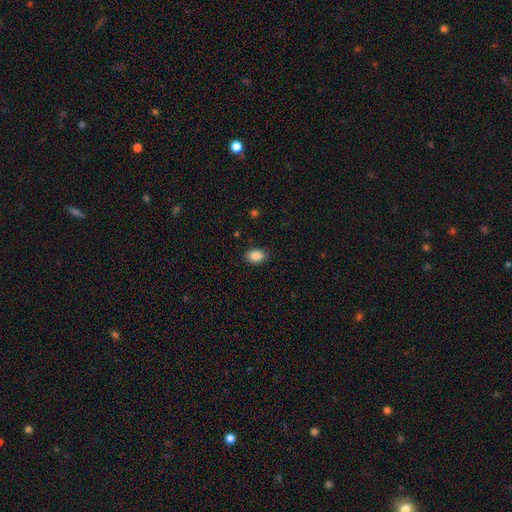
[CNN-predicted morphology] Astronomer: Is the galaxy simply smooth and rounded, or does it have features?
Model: smooth — 88%.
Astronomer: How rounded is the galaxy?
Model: in between — 80%.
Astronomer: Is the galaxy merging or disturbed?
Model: none — 86%.